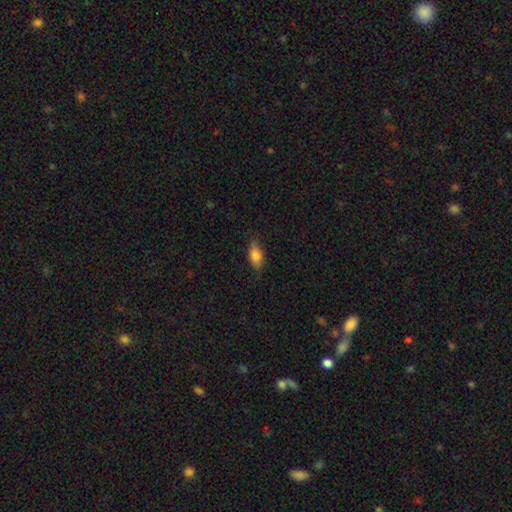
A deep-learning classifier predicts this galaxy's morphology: A smooth galaxy with no disk features (79%) that is in between round and cigar-shaped (85%).

Vote fractions:
- Smooth or featured? smooth: 79% / featured or disk: 13% / star or artifact: 8%
- How rounded? in between: 85% / cigar-shaped: 11% / round: 4%
- Merging? none: 81% / minor disturbance: 16% / major disturbance: 3% / merger: 1%